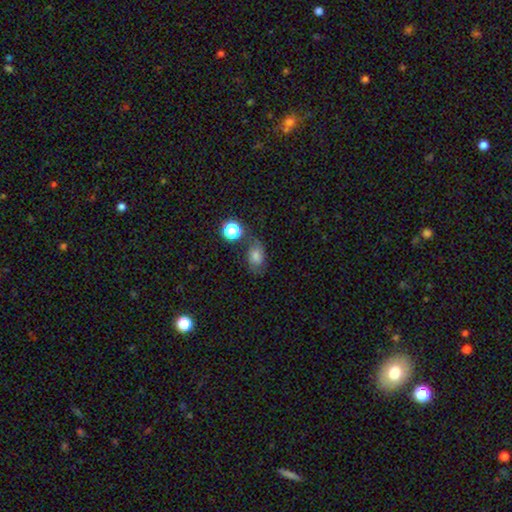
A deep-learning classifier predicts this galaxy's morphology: Smooth or featured: smooth — 55% (featured or disk — 28%)
How rounded: in between — 63% (round — 35%)
Merging: none — 60% (minor disturbance — 22%)